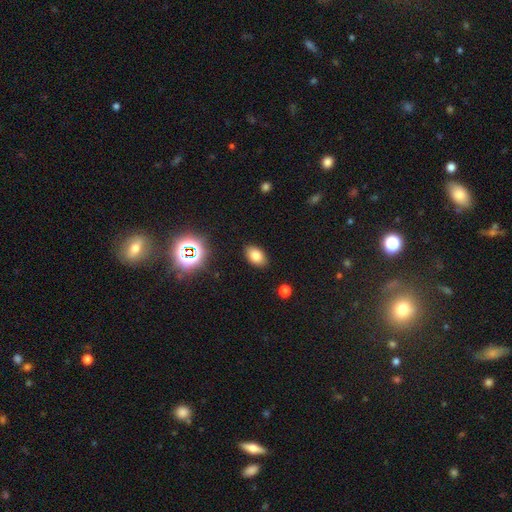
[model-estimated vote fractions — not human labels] A smooth galaxy with no disk features (78%) that is in between round and cigar-shaped (88%). Merging: none (87%).